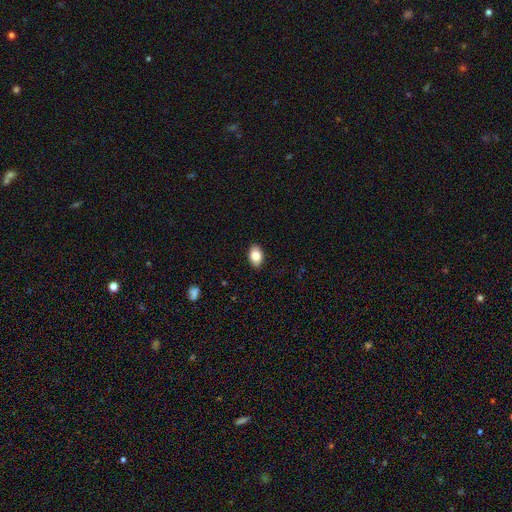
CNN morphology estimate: A smooth galaxy with no disk features (83%) that is in between round and cigar-shaped (88%). Merging: none (89%).